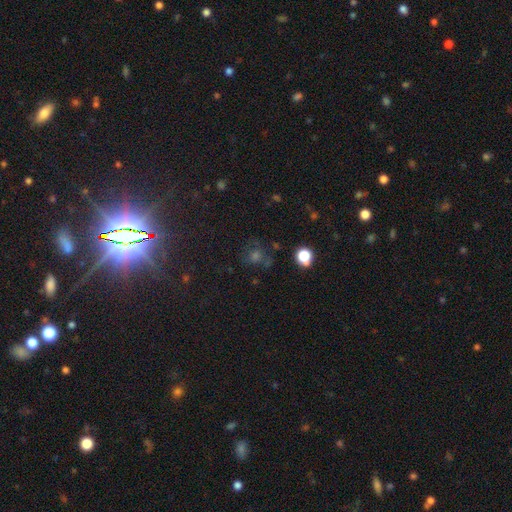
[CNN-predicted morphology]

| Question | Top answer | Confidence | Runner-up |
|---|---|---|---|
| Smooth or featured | star or artifact | 46% | smooth (39%) |